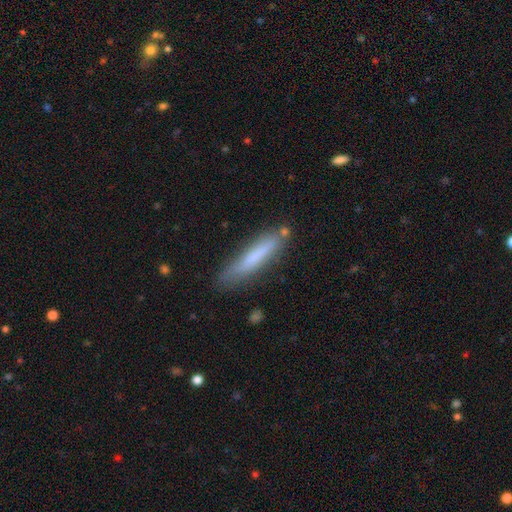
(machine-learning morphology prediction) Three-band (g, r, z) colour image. It shows a smooth galaxy with no disk features (70%) that is cigar-shaped (88%). Merging: none (76%).